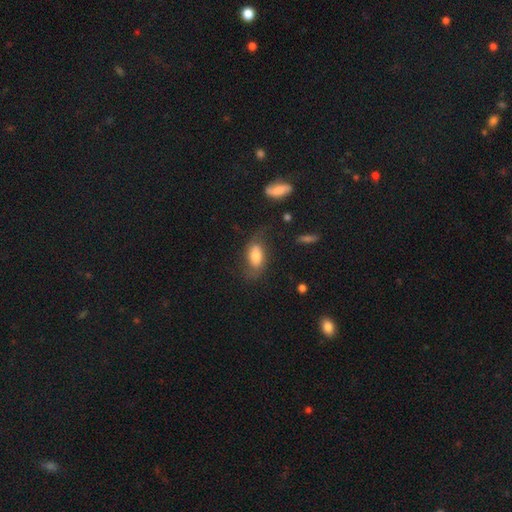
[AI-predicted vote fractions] A smooth galaxy with no disk features (63%) that is in between round and cigar-shaped (88%). Merging: none (58%).